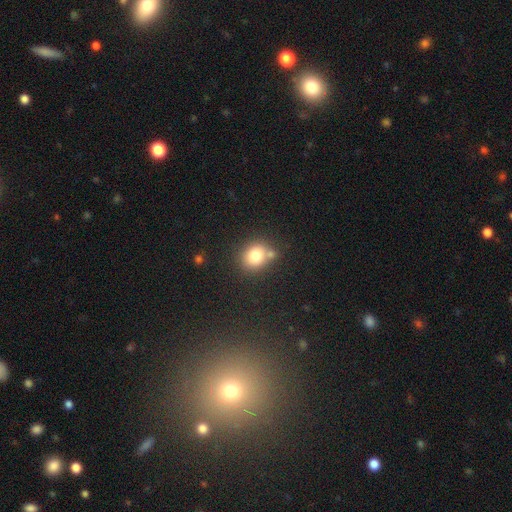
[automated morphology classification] This is likely a smooth galaxy (78%). How rounded: likely round (68%). Merging: likely none (63%).